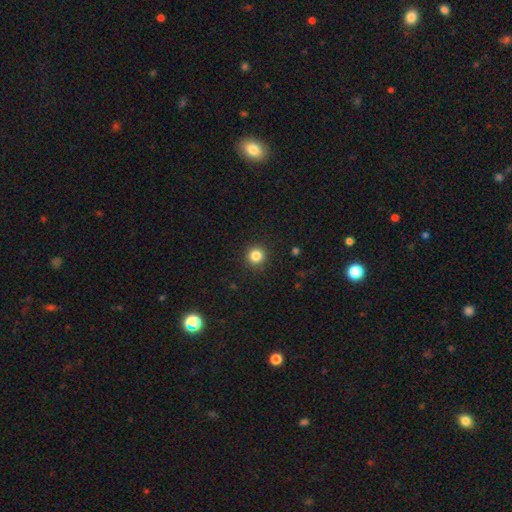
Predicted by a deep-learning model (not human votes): Q: Smooth or featured?
A: smooth (84%); runner-up: star or artifact (12%)
Q: How rounded?
A: round (94%); runner-up: in between (5%)
Q: Merging?
A: none (92%); runner-up: minor disturbance (5%)